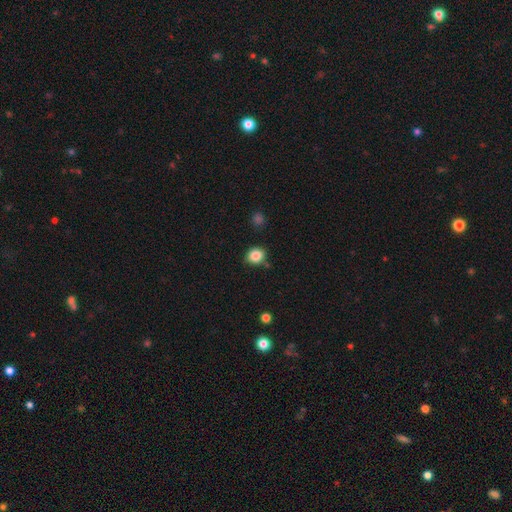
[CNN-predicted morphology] A smooth galaxy with no disk features (85%) that is round (71%).

Vote fractions:
- Smooth or featured? smooth: 85% / star or artifact: 10% / featured or disk: 5%
- How rounded? round: 71% / in between: 28% / cigar-shaped: 1%
- Merging? none: 79% / minor disturbance: 13% / merger: 4% / major disturbance: 3%